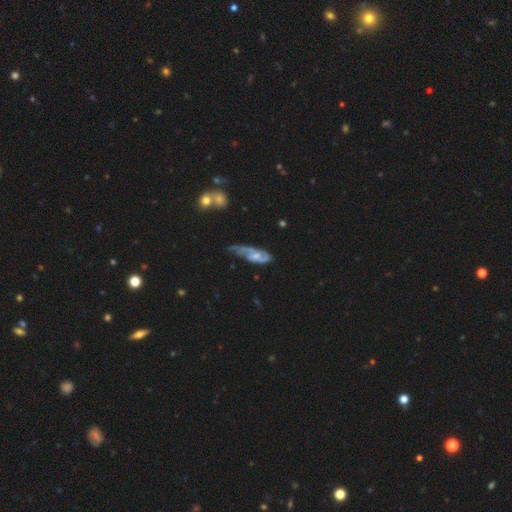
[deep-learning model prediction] Overall: featured or disk (70%). Edge-on disk: no (90%). Bar: no (59%; weak 34%). Spiral arms: yes (87%). Spiral arm count: 2 (56%; can't tell 18%). Spiral winding: medium (43%; tight 30%). Bulge size: moderate (41%, tied with small). Merging: major disturbance (33%; minor disturbance 32%).